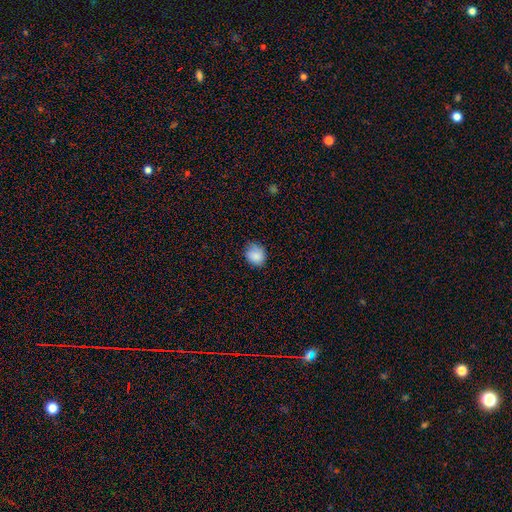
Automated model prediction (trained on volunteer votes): Smooth or featured: smooth — 87% (star or artifact — 8%)
How rounded: round — 66% (in between — 34%)
Merging: none — 74% (minor disturbance — 21%)